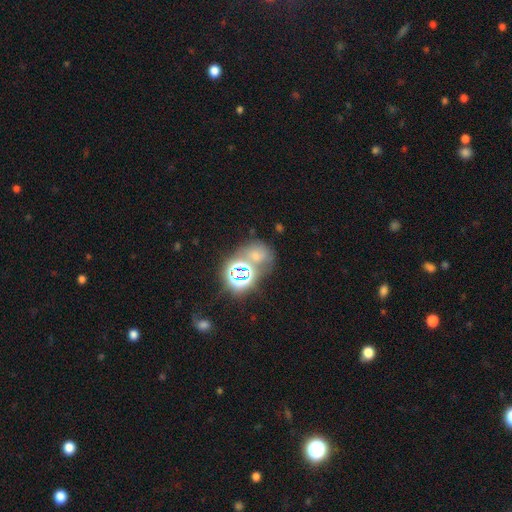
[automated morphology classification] type=smooth (44%); merging=none (45%).